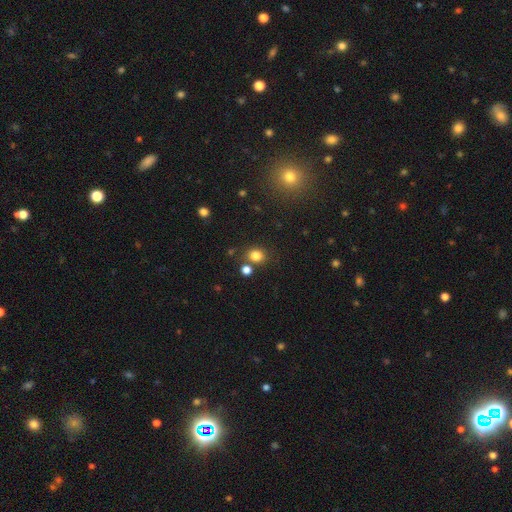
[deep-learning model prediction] smooth_or_featured: smooth (p=0.81) [alt: star or artifact p=0.14]
how_rounded: round (p=0.71) [alt: in between p=0.28]
merging: none (p=0.75) [alt: merger p=0.11]